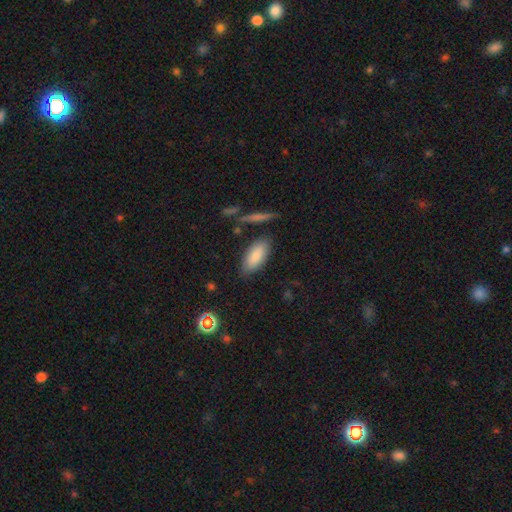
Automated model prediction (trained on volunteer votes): Morphology: type=smooth (83%); roundness=in between (87%); merging=none (80%).